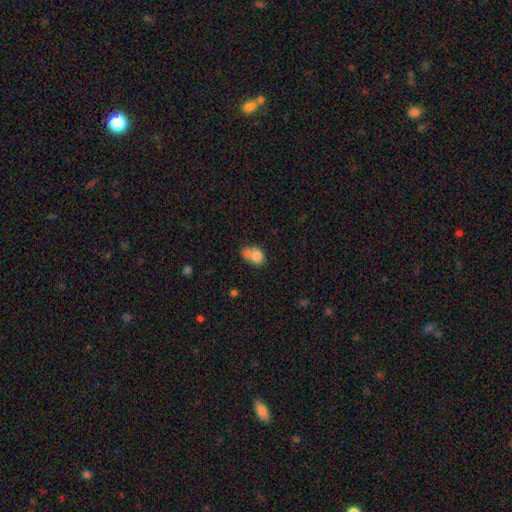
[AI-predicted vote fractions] This is likely a smooth galaxy (77%). How rounded: possibly in between (53%). Merging: possibly merger (53%).